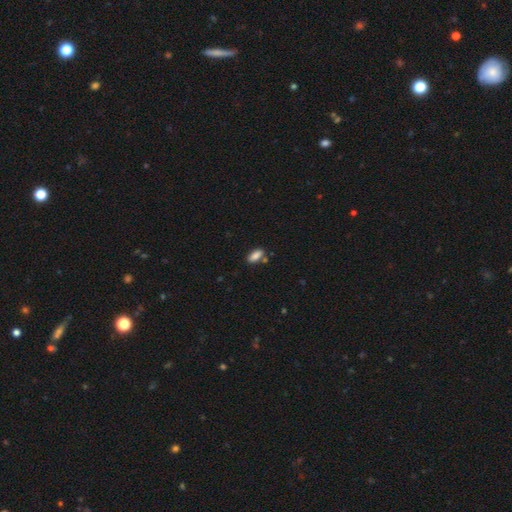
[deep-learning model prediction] smooth 87%, star or artifact 8%, featured or disk 6%. Down the decision tree: how rounded — in between (83%); merging — none (77%).